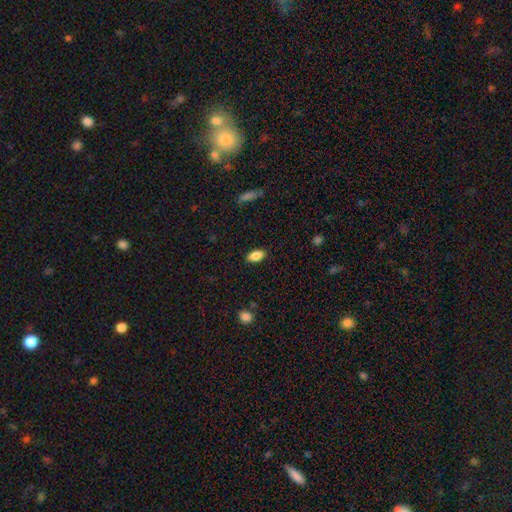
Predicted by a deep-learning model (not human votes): smooth_or_featured: smooth (p=0.86) [alt: star or artifact p=0.08]
how_rounded: in between (p=0.90) [alt: cigar-shaped p=0.06]
merging: none (p=0.87) [alt: minor disturbance p=0.09]